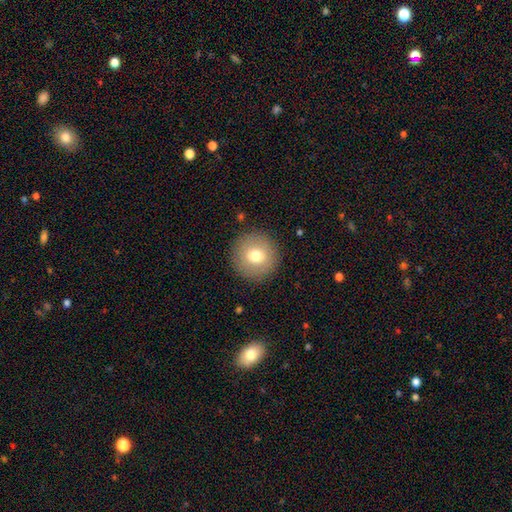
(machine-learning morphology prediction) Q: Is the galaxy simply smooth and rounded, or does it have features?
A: smooth — 75%.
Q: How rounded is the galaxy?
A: round — 96%.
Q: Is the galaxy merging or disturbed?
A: none — 90%.